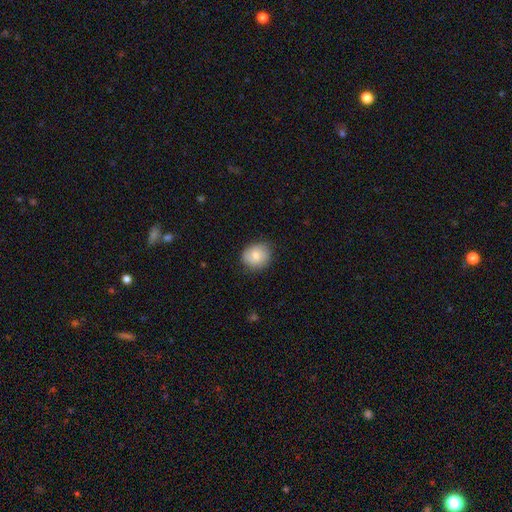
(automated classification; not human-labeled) Smooth or featured? smooth (73%)
How rounded? round (68%)
Merging? none (79%)